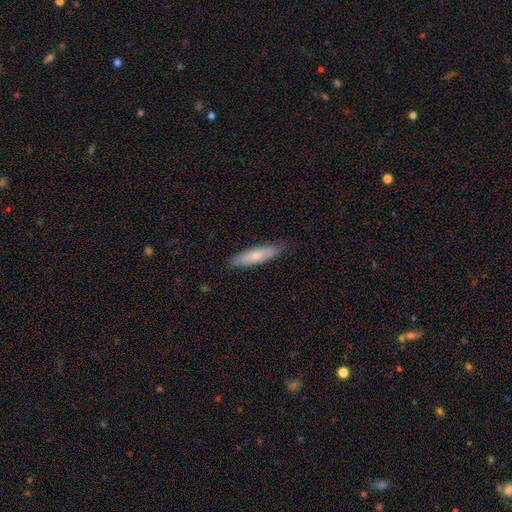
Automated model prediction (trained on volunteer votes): Morphology: type=smooth (73%); roundness=cigar-shaped (79%); merging=none (83%).